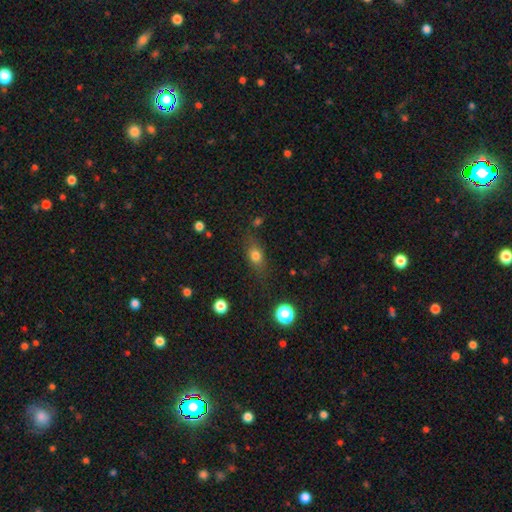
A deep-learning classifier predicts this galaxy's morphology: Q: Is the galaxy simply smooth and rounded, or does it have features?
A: smooth — 74%.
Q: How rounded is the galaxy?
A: in between — 61%.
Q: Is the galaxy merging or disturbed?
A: none — 74%.